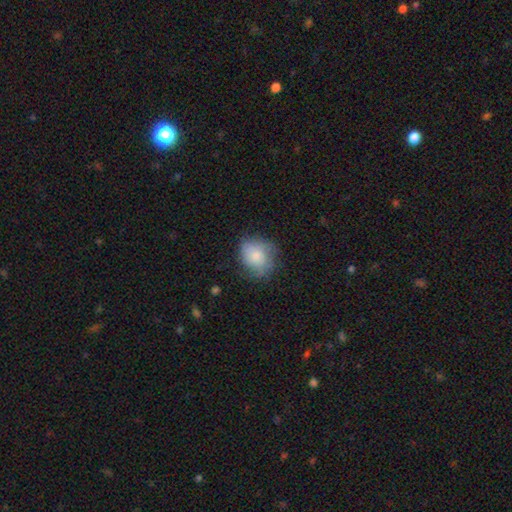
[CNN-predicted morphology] A smooth galaxy with no disk features (72%) that is round (66%). Merging: none (64%).